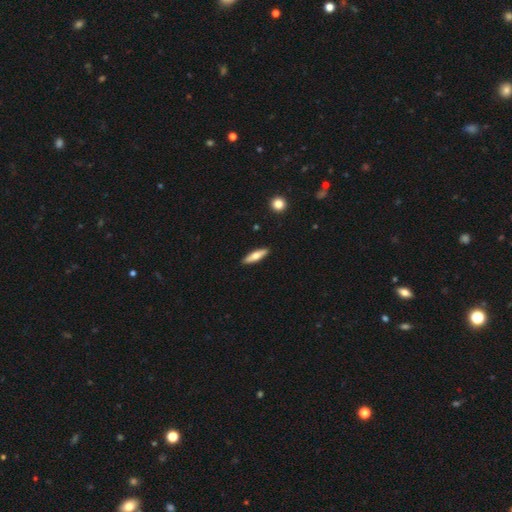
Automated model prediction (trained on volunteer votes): The model was most divided on "smooth or featured": smooth: 59%, featured or disk: 35%, star or artifact: 6%. More confident: merging — none (90%); how rounded — cigar-shaped (66%).